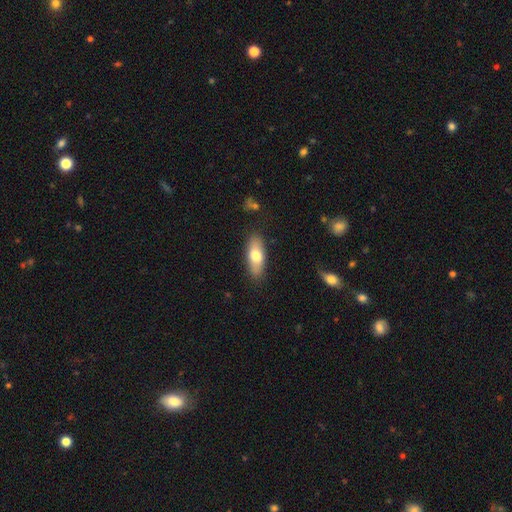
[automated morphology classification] A smooth galaxy with no disk features (72%) that is in between round and cigar-shaped (76%). Merging: none (85%).